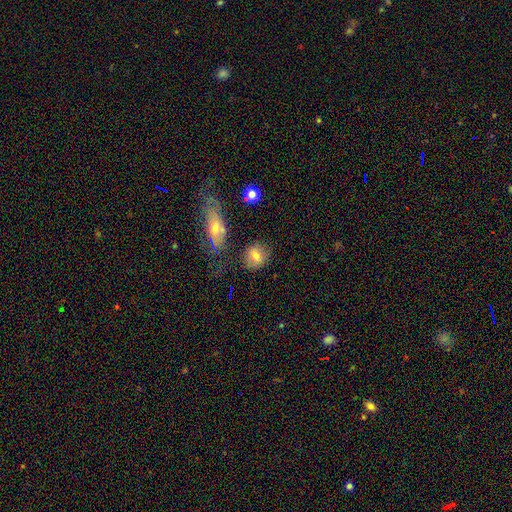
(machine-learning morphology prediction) The model was most divided on "how rounded": round: 67%, in between: 31%, cigar-shaped: 2%. More confident: merging — none (77%); smooth or featured — smooth (75%).